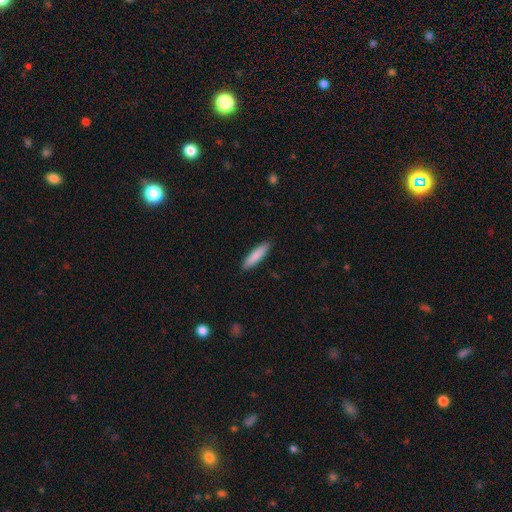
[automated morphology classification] The model was most divided on "how rounded": cigar-shaped: 79%, in between: 20%, round: 1%. More confident: merging — none (89%); smooth or featured — smooth (85%).